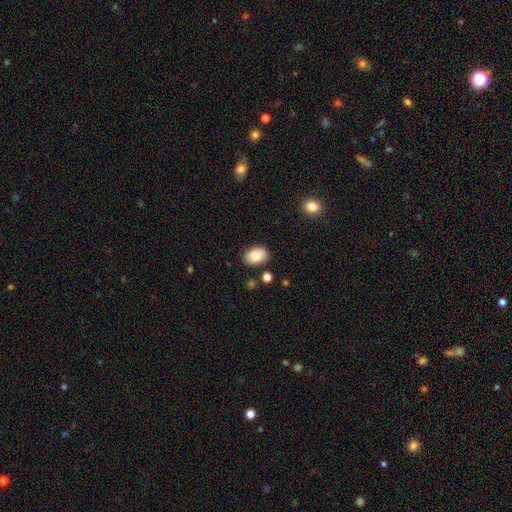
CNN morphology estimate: A smooth galaxy with no disk features (82%) that is in between round and cigar-shaped (80%).

Vote fractions:
- Smooth or featured? smooth: 82% / featured or disk: 10% / star or artifact: 8%
- How rounded? in between: 80% / round: 19% / cigar-shaped: 1%
- Merging? none: 85% / minor disturbance: 10% / merger: 3% / major disturbance: 2%